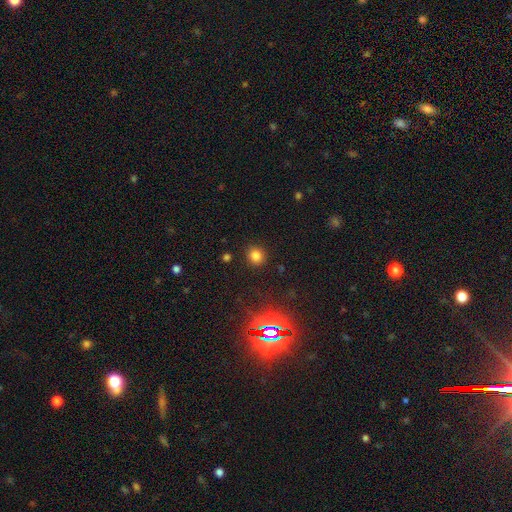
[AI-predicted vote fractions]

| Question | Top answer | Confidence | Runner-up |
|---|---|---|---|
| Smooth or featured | smooth | 78% | star or artifact (17%) |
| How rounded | round | 88% | in between (11%) |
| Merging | none | 89% | minor disturbance (6%) |